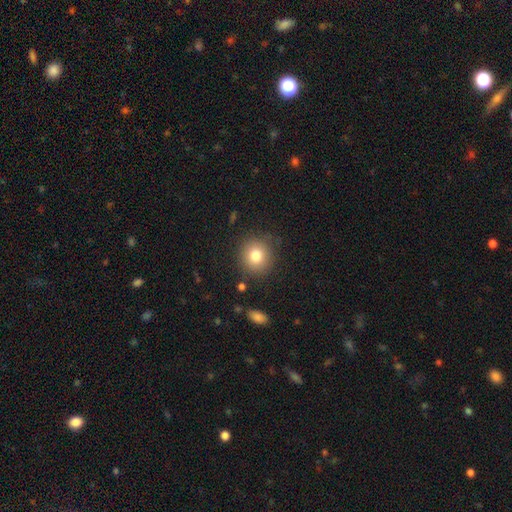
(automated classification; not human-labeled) A smooth galaxy with no disk features (80%) that is round (89%). Merging: none (84%).